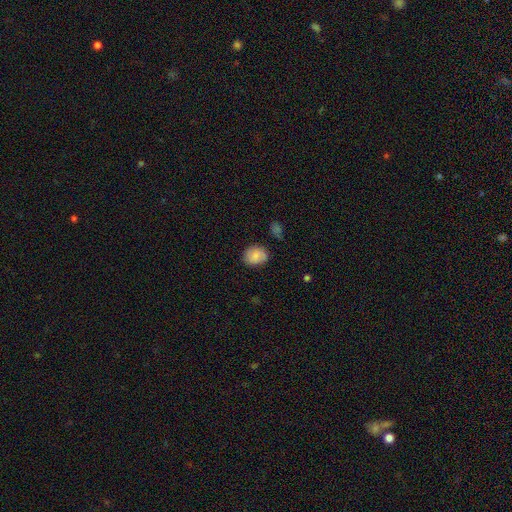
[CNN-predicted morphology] Smooth or featured? smooth (79%)
How rounded? round (59%)
Merging? none (75%)